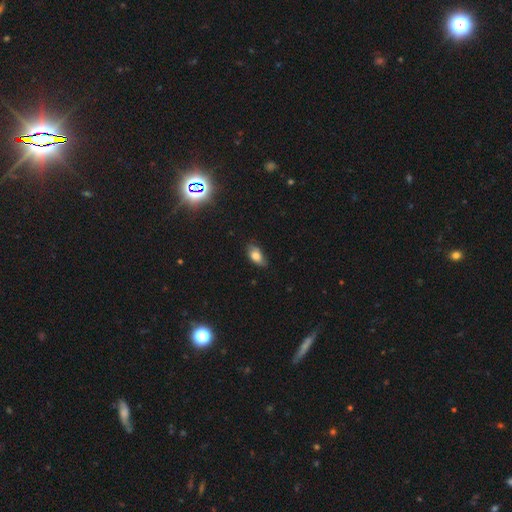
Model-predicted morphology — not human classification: Overall: smooth (76%). How rounded: in between (89%). Merging: none (65%; minor disturbance 29%).